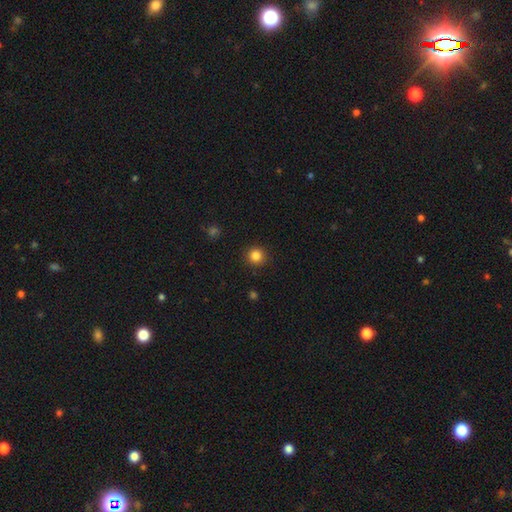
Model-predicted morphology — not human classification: Smooth or featured: smooth — 84% (star or artifact — 12%)
How rounded: round — 94% (in between — 5%)
Merging: none — 92% (minor disturbance — 5%)